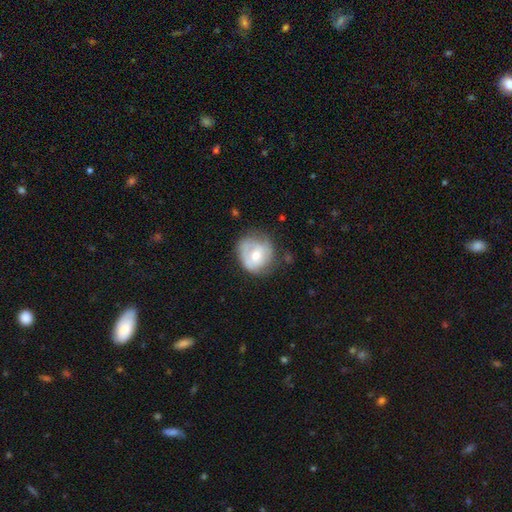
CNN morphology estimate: A featured or disk galaxy (47%).

Vote fractions:
- Smooth or featured? featured or disk: 47% / smooth: 46% / star or artifact: 7%
- Merging? none: 55% / minor disturbance: 29% / major disturbance: 14% / merger: 2%